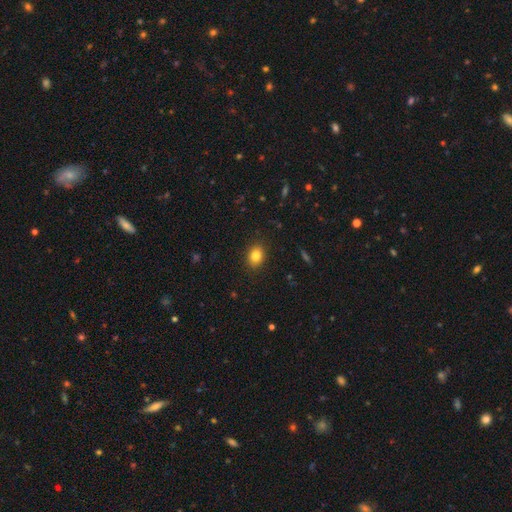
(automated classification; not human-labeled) This is clearly a smooth galaxy (83%). How rounded: possibly in between (58%). Merging: clearly none (89%).